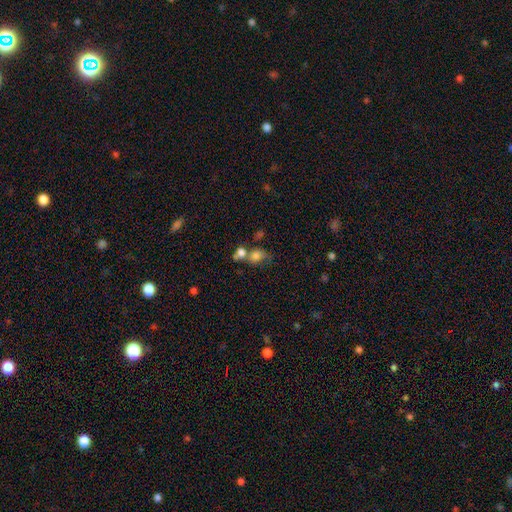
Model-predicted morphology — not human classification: Overall: smooth (75%). How rounded: round (51%; in between 47%). Merging: merger (46%; none 33%).